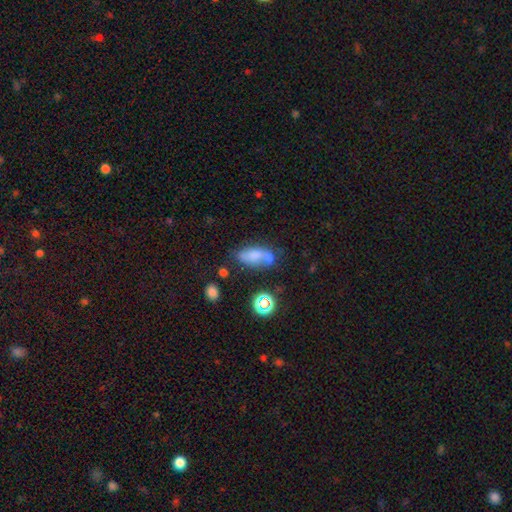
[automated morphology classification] Smooth or featured? Predicted: smooth (p=0.62). How rounded? Predicted: in between (p=0.78). Merging? Predicted: none (p=0.42).